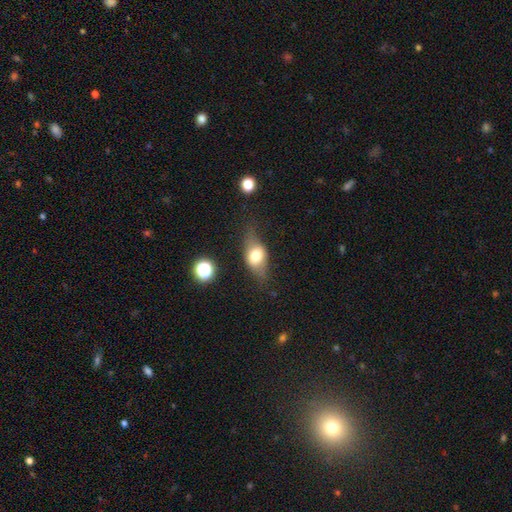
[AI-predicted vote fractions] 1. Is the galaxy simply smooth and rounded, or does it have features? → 55% smooth, 36% featured or disk, 9% star or artifact.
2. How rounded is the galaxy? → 74% in between, 16% round, 10% cigar-shaped.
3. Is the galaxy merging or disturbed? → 62% none, 25% minor disturbance, 11% major disturbance, 3% merger.